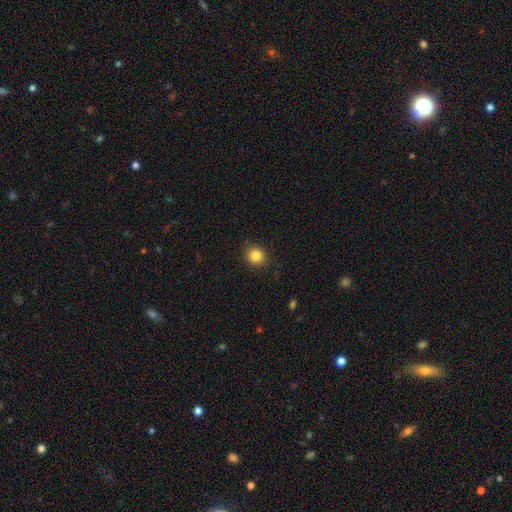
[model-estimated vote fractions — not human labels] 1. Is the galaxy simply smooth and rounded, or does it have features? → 84% smooth, 10% star or artifact, 5% featured or disk.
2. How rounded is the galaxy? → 80% round, 20% in between, 1% cigar-shaped.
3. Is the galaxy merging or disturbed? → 87% none, 9% minor disturbance, 2% major disturbance, 1% merger.